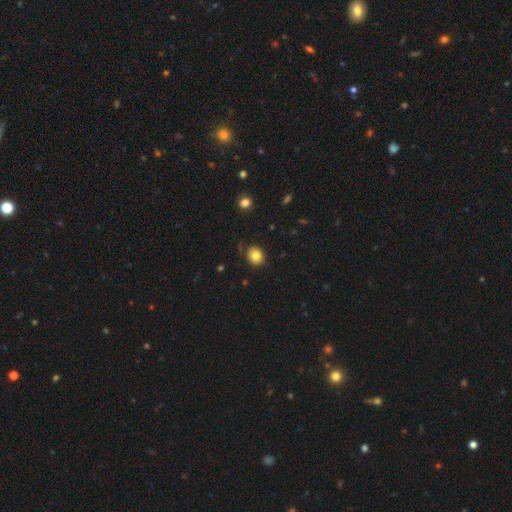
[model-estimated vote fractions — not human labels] This is likely a smooth galaxy (80%). How rounded: likely round (68%). Merging: clearly none (81%).